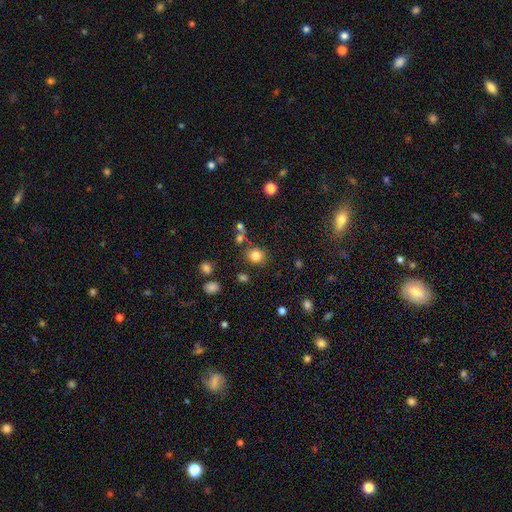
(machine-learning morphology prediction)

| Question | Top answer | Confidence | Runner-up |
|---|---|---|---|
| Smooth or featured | smooth | 80% | star or artifact (14%) |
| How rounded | round | 79% | in between (20%) |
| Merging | none | 77% | minor disturbance (11%) |